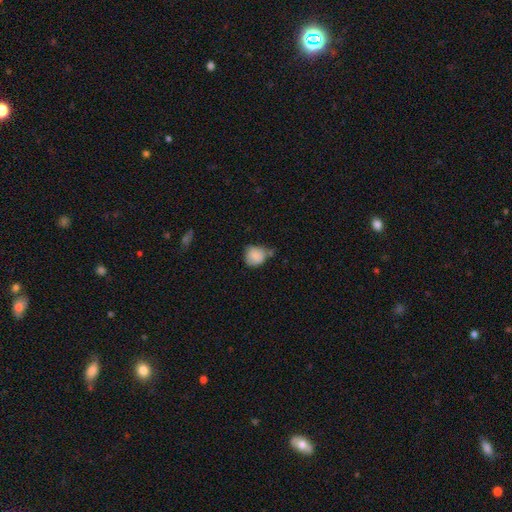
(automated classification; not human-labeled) This is clearly a smooth galaxy (84%). How rounded: clearly round (80%). Merging: possibly none (47%).